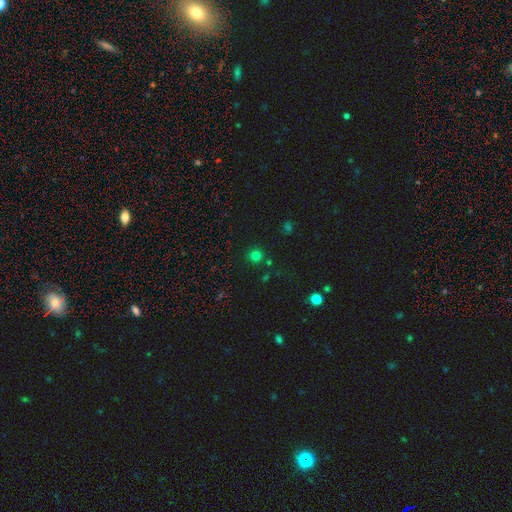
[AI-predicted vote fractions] Smooth or featured?
  - smooth: 75% *
  - star or artifact: 20%
  - featured or disk: 5%
How rounded?
  - round: 94% *
  - in between: 5%
  - cigar-shaped: 1%
Merging?
  - none: 86% *
  - minor disturbance: 7%
  - merger: 5%
  - major disturbance: 2%